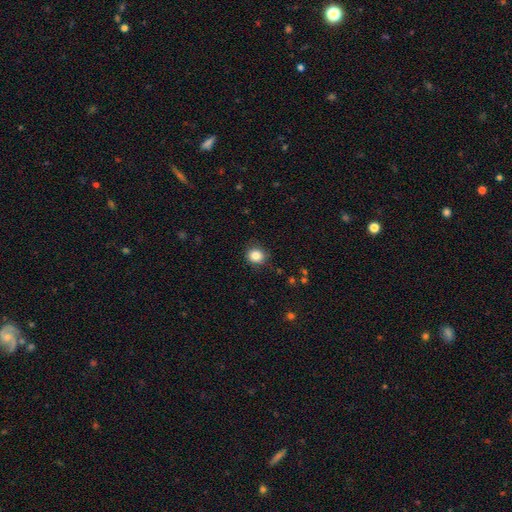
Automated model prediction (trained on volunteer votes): Overall: smooth (85%). How rounded: round (81%). Merging: none (85%).